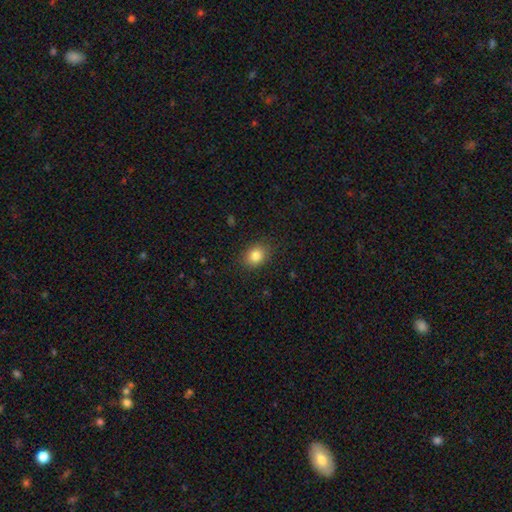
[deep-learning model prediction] This appears to be a smooth galaxy with no disk features (83%) that is round (54%). Merging: none (87%).